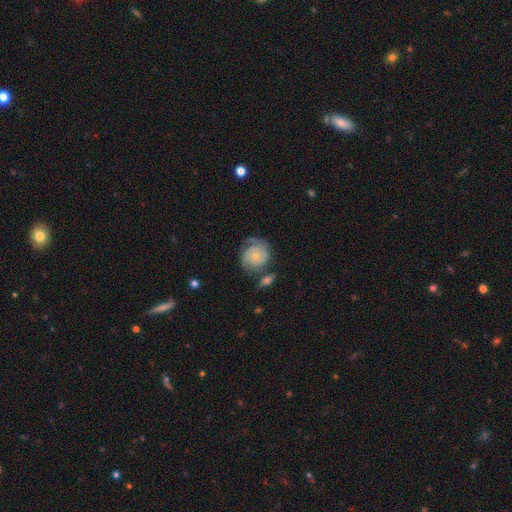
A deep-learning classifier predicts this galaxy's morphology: This is likely a featured or disk galaxy (68%). It is clearly not viewed edge-on (97%). Bar: likely no (78%). Spiral arm pattern: clearly yes (87%). Spiral arm count: possibly 2 (52%). Spiral winding: possibly tight (58%). Central bulge: likely small (64%). Merging: possibly none (50%).